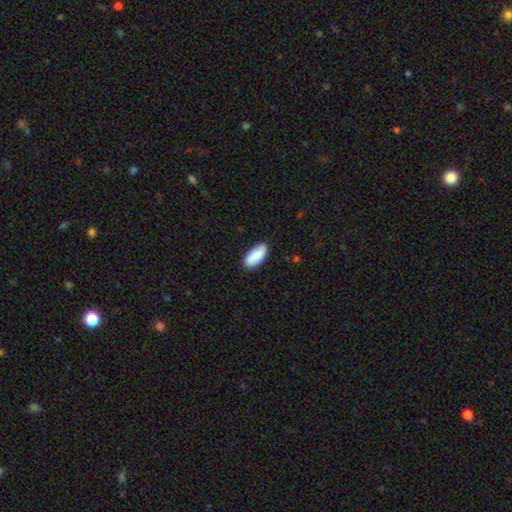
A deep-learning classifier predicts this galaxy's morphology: smooth 88%, featured or disk 6%, star or artifact 6%. Down the decision tree: how rounded — in between (88%); merging — none (86%).